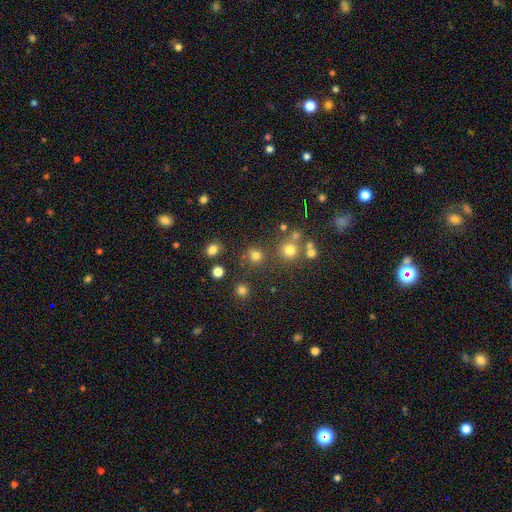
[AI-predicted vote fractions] smooth 76%, star or artifact 18%, featured or disk 6%. Down the decision tree: how rounded — round (90%); merging — none (77%).